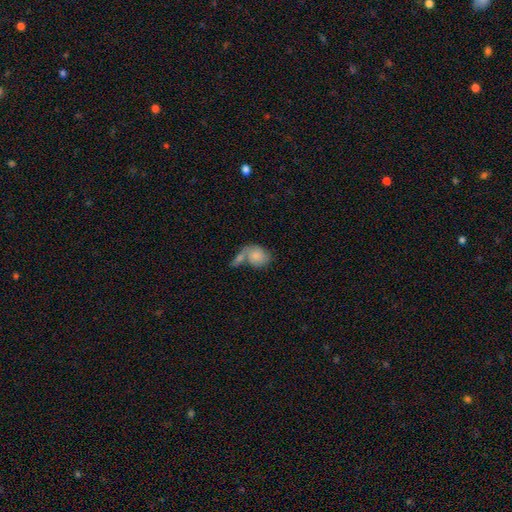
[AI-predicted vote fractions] A smooth galaxy with no disk features (73%) that is in between round and cigar-shaped (56%).

Vote fractions:
- Smooth or featured? smooth: 73% / featured or disk: 20% / star or artifact: 7%
- How rounded? in between: 56% / round: 42% / cigar-shaped: 2%
- Merging? merger: 53% / none: 27% / minor disturbance: 12% / major disturbance: 8%